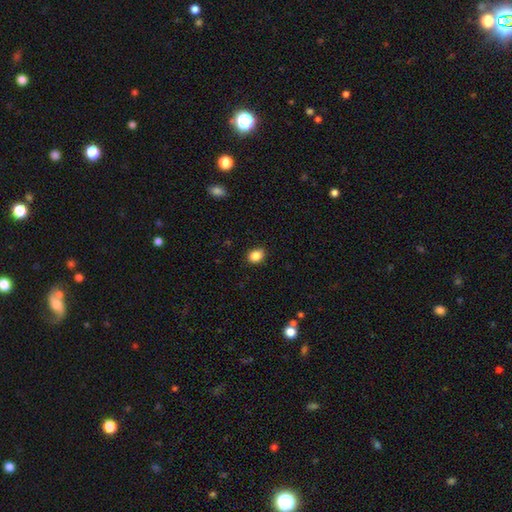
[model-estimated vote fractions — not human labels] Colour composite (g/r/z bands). It shows a smooth galaxy with no disk features (87%) that is in between round and cigar-shaped (55%). Merging: none (87%).